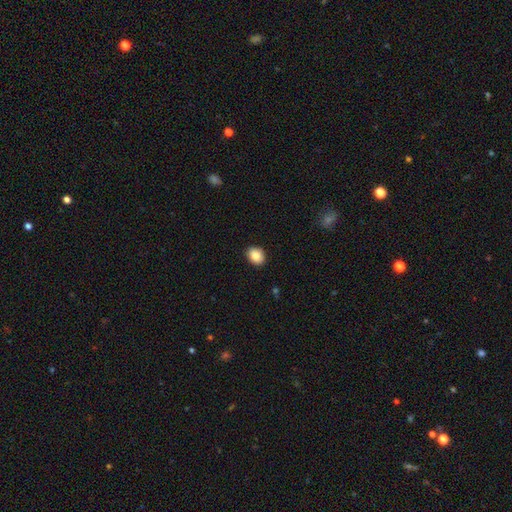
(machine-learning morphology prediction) This is clearly a smooth galaxy (88%). How rounded: likely in between (62%). Merging: clearly none (90%).